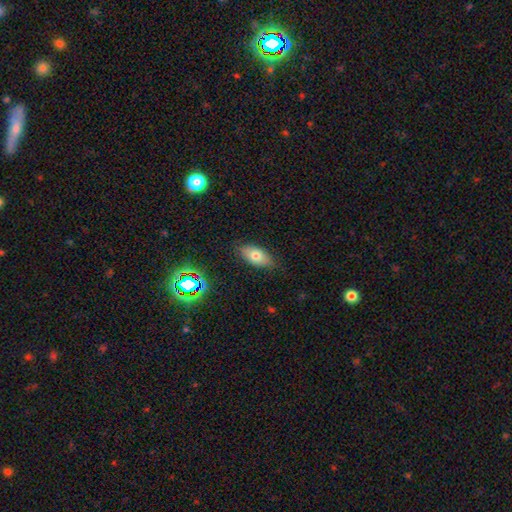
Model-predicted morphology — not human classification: Smooth or featured? Predicted: smooth (p=0.72). How rounded? Predicted: in between (p=0.89). Merging? Predicted: none (p=0.83).